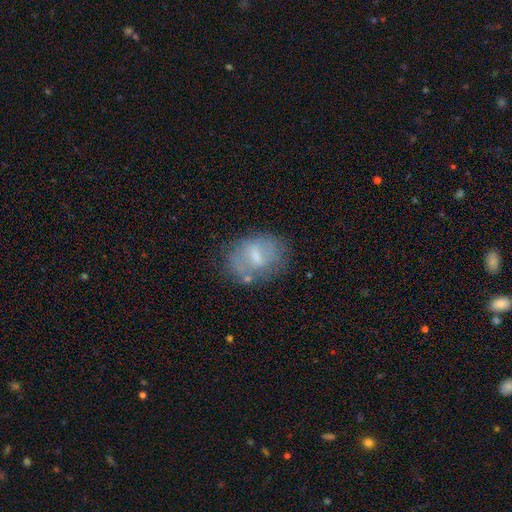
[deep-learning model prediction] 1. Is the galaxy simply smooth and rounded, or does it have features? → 46% featured or disk, 45% smooth, 8% star or artifact.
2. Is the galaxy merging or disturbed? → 62% none, 23% minor disturbance, 10% major disturbance, 5% merger.